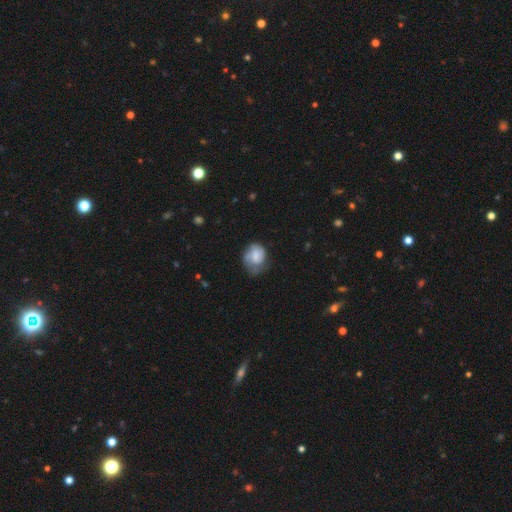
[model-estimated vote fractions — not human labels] smooth 54%, featured or disk 38%, star or artifact 8%. Down the decision tree: how rounded — round (53%); merging — none (45%).